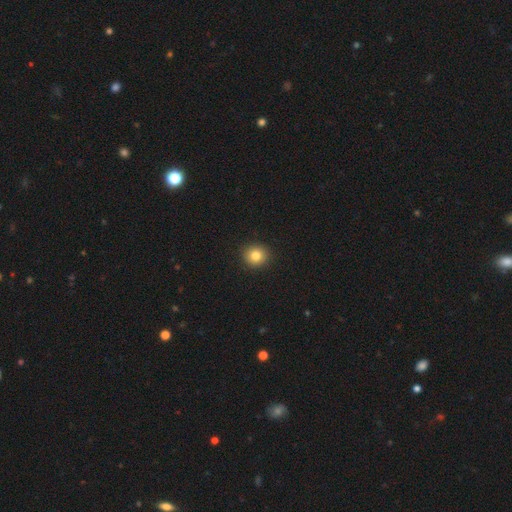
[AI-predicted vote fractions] This is clearly a smooth galaxy (82%). How rounded: clearly round (89%). Merging: clearly none (92%).